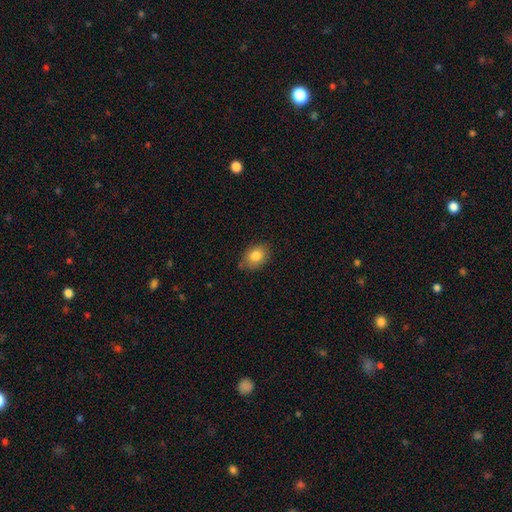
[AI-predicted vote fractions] This is clearly a smooth galaxy (83%). How rounded: likely in between (68%). Merging: likely none (79%).